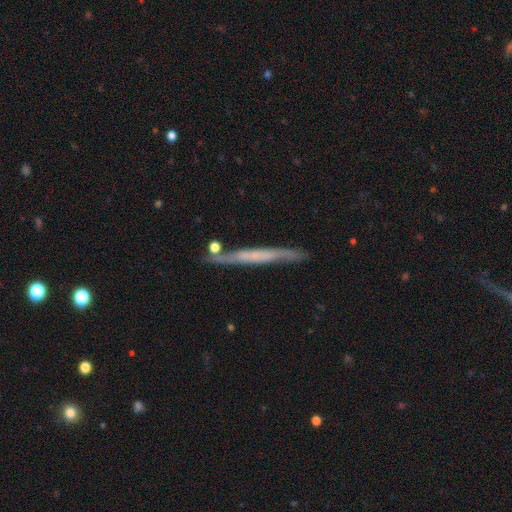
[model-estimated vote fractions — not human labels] A featured or disk galaxy (59%) viewed edge-on (92%) with no central bulge (80%). Merging: none (80%).